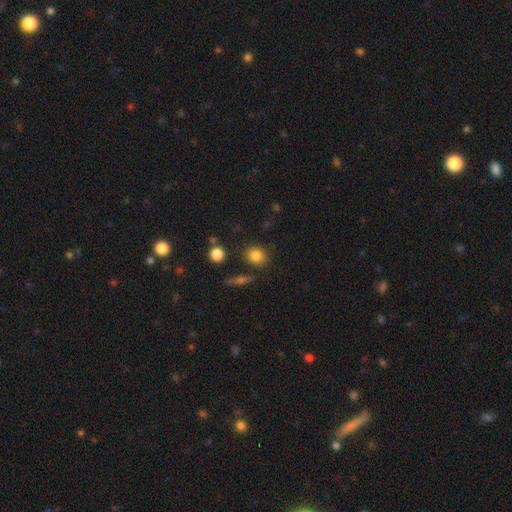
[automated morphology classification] type=smooth (83%); roundness=round (68%); merging=none (81%).